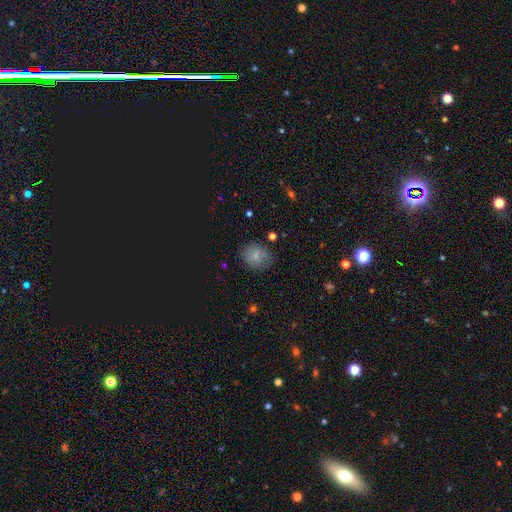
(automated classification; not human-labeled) smooth_or_featured: smooth (p=0.78) [alt: star or artifact p=0.12]
how_rounded: round (p=0.65) [alt: in between p=0.34]
merging: none (p=0.73) [alt: minor disturbance p=0.19]